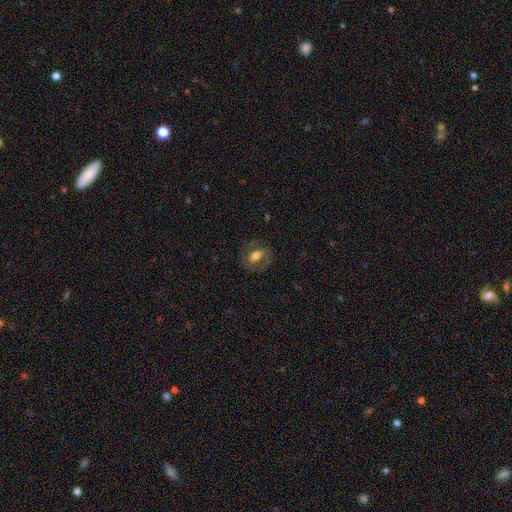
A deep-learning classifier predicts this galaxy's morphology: Q: Smooth or featured?
A: featured or disk (51%); runner-up: smooth (40%)
Q: Edge-on disk?
A: no (89%); runner-up: yes (11%)
Q: Merging?
A: none (72%); runner-up: minor disturbance (16%)